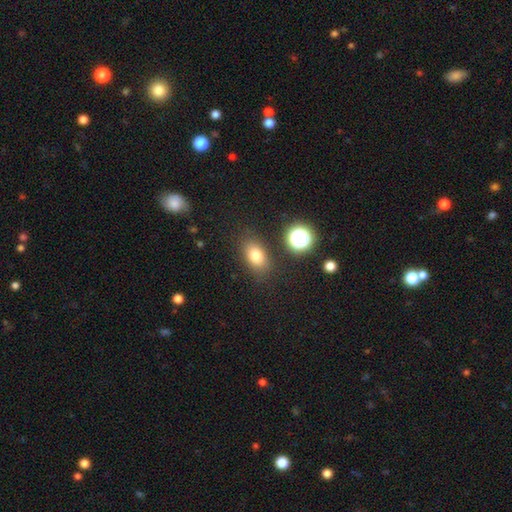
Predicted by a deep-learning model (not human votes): smooth_or_featured: smooth (p=0.77) [alt: star or artifact p=0.13]
how_rounded: in between (p=0.79) [alt: round p=0.19]
merging: none (p=0.83) [alt: minor disturbance p=0.11]